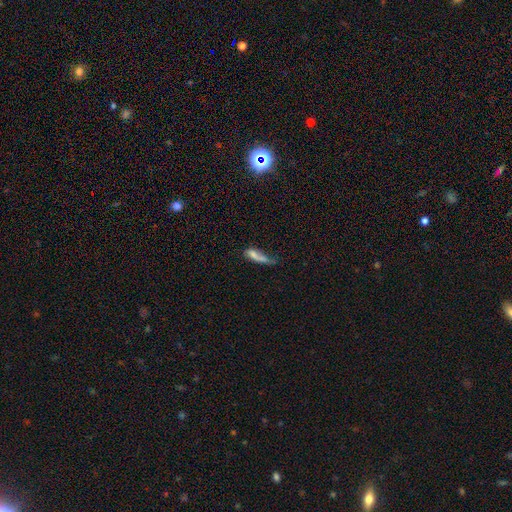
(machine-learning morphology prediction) Smooth or featured? smooth (62%)
How rounded? cigar-shaped (51%)
Merging? major disturbance (33%)